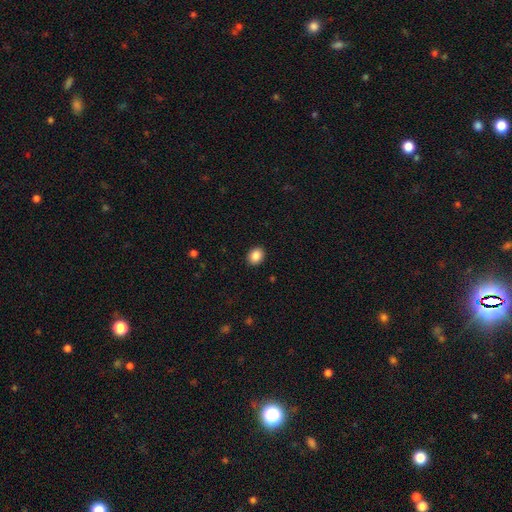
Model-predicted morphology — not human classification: This is clearly a smooth galaxy (88%). How rounded: possibly in between (50%). Merging: clearly none (91%).